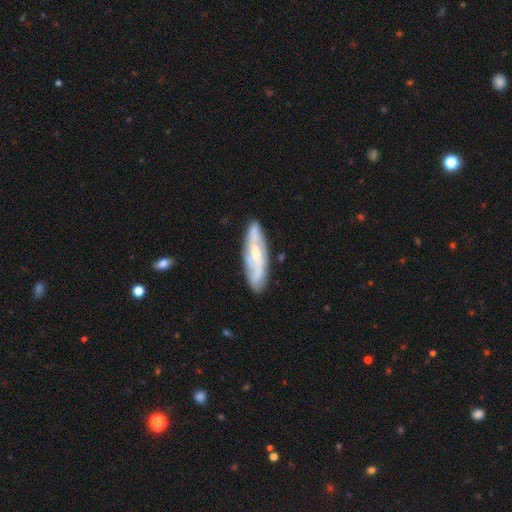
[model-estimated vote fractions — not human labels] Smooth or featured: featured or disk — 73% (smooth — 22%)
Edge-on disk: no — 80% (yes — 20%)
Bar: no — 54% (weak — 36%)
Spiral arms: yes — 90% (no — 10%)
Spiral winding: medium — 42% (tight — 37%)
Spiral arm count: 2 — 48% (can't tell — 28%)
Bulge size: small — 56% (moderate — 39%)
Merging: none — 82% (minor disturbance — 13%)